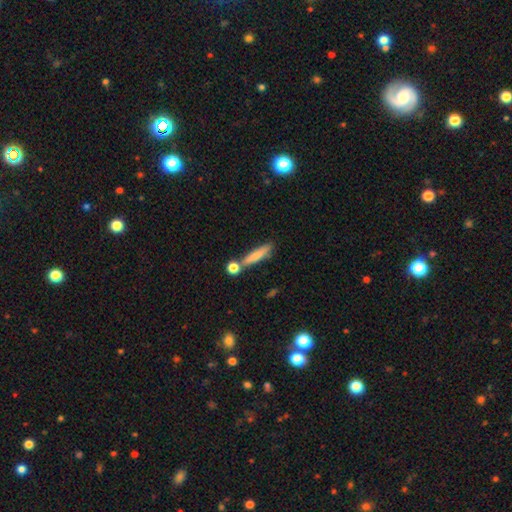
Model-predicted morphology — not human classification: Smooth or featured? smooth (70%)
How rounded? cigar-shaped (81%)
Merging? none (64%)